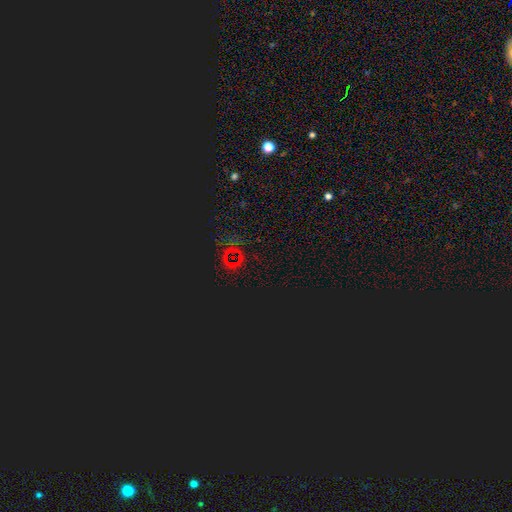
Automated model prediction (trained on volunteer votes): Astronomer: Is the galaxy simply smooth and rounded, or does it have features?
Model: star or artifact — 78%.